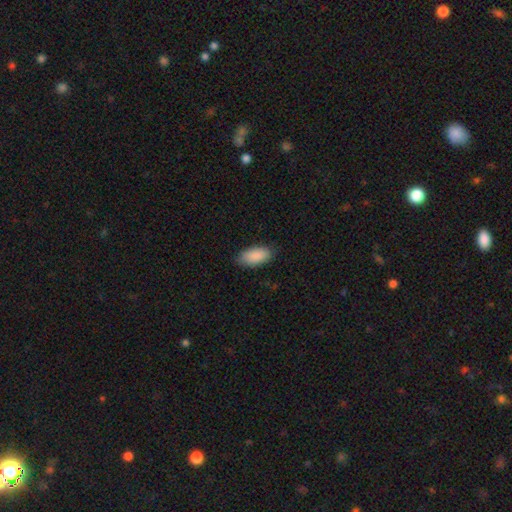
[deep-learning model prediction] Morphology: type=smooth (90%); roundness=in between (93%); merging=none (84%).